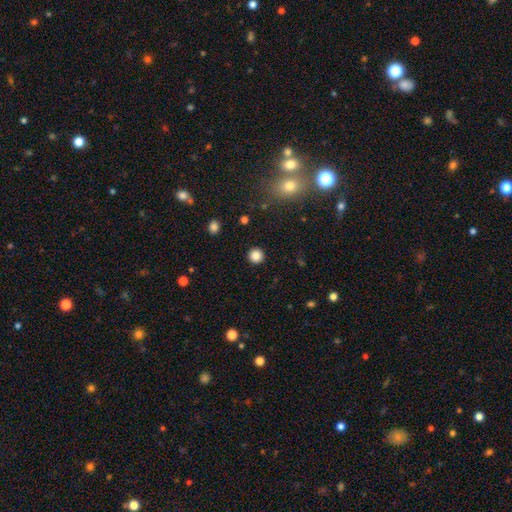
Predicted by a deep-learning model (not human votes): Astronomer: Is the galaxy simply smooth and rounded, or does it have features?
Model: smooth — 85%.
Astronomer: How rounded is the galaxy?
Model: round — 95%.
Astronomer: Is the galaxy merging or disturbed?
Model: none — 92%.